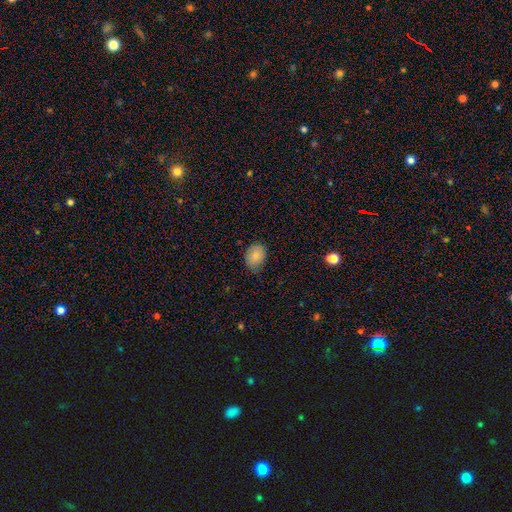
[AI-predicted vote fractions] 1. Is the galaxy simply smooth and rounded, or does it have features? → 86% smooth, 8% star or artifact, 6% featured or disk.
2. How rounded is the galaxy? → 61% in between, 38% round, 1% cigar-shaped.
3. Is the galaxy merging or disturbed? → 76% none, 19% minor disturbance, 3% major disturbance, 1% merger.